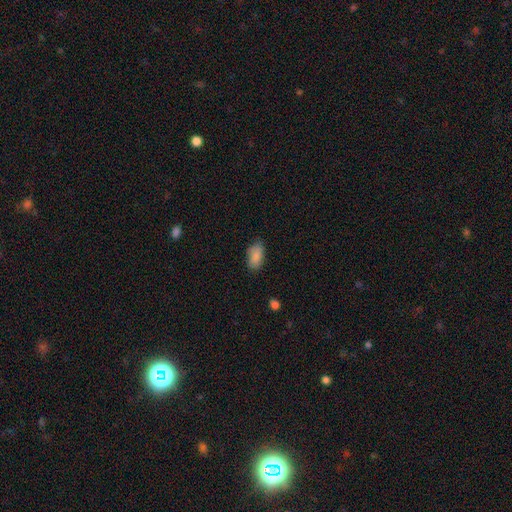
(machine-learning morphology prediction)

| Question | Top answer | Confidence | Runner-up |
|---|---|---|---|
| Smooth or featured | smooth | 87% | star or artifact (7%) |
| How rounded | in between | 92% | cigar-shaped (5%) |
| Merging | none | 79% | minor disturbance (17%) |